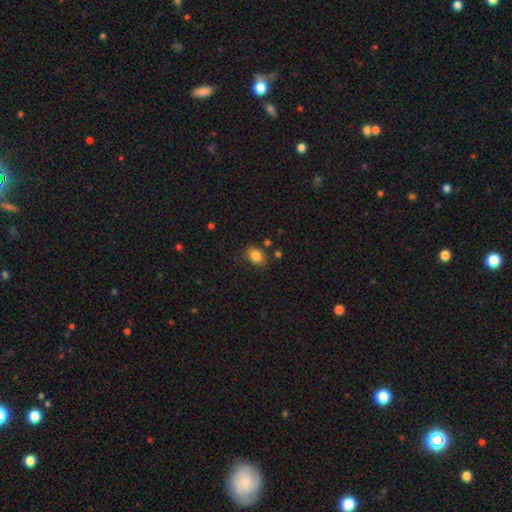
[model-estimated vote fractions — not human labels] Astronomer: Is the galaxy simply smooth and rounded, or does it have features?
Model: smooth — 85%.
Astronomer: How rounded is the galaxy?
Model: in between — 76%.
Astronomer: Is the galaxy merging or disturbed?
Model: none — 80%.